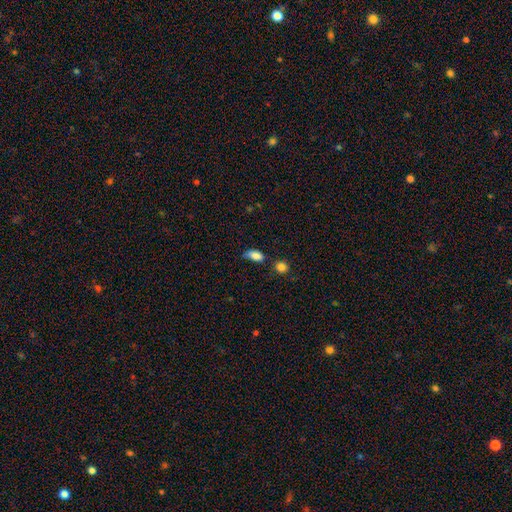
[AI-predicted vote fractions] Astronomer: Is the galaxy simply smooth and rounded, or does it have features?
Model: smooth — 83%.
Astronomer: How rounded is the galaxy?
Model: in between — 86%.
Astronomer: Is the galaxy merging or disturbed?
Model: none — 44% (runner-up: minor disturbance, 35%).